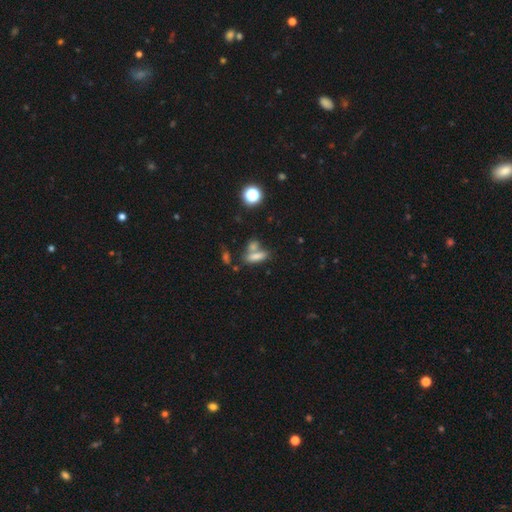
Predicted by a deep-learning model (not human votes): Overall: smooth (74%). How rounded: in between (56%; cigar-shaped 38%). Merging: none (43%; merger 41%).